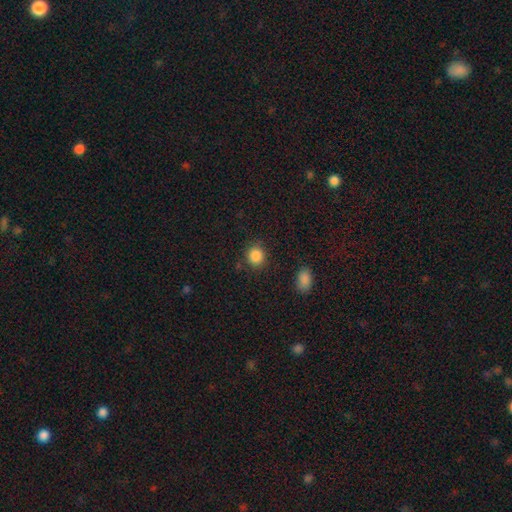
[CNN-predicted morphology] This appears to be a smooth galaxy with no disk features (87%) that is round (81%). Merging: none (84%).